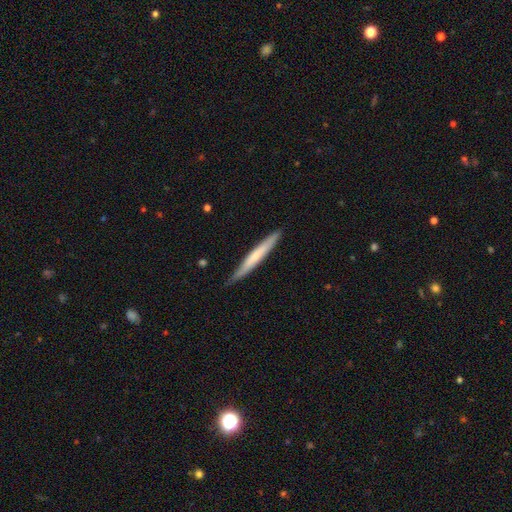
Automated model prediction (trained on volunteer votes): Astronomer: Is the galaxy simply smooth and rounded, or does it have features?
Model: smooth — 56% (runner-up: featured or disk, 39%).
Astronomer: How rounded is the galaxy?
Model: cigar-shaped — 96%.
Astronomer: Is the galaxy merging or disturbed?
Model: none — 85%.